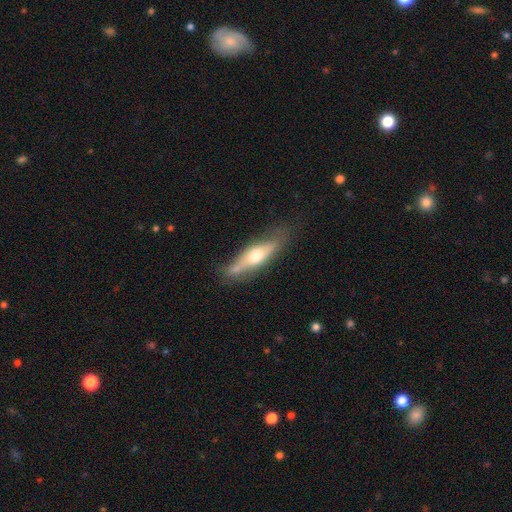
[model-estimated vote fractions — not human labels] Smooth or featured? Predicted: featured or disk (p=0.47, tied with smooth). Merging? Predicted: none (p=0.65).